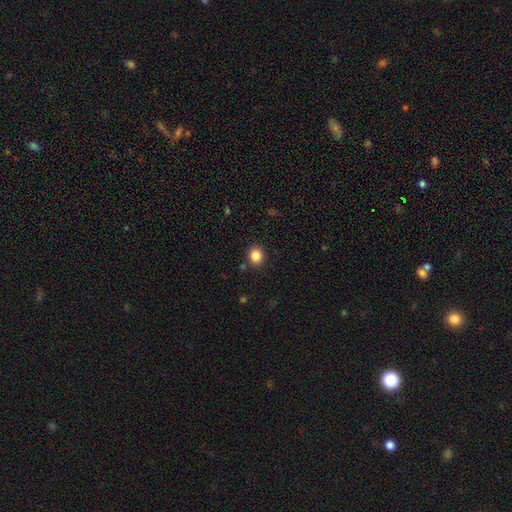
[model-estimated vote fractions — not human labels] Smooth or featured? smooth (84%)
How rounded? round (79%)
Merging? none (89%)